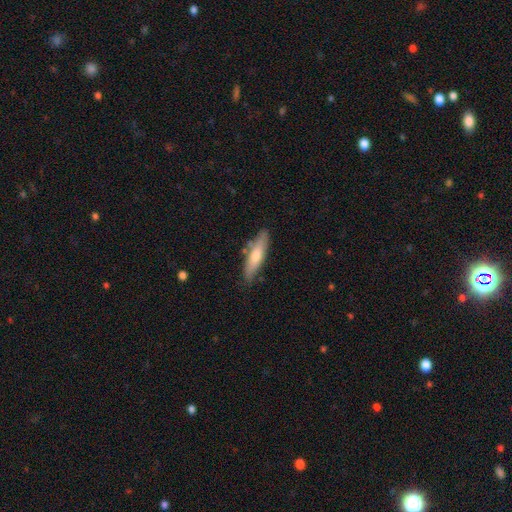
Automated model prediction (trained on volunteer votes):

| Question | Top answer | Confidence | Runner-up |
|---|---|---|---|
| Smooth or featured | smooth | 63% | featured or disk (31%) |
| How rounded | cigar-shaped | 76% | in between (23%) |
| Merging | none | 82% | minor disturbance (13%) |